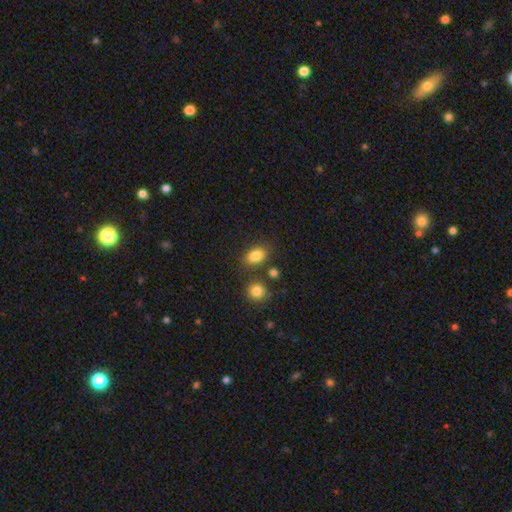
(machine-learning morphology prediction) Q: Smooth or featured?
A: smooth (85%); runner-up: star or artifact (9%)
Q: How rounded?
A: in between (82%); runner-up: round (15%)
Q: Merging?
A: none (74%); runner-up: minor disturbance (13%)